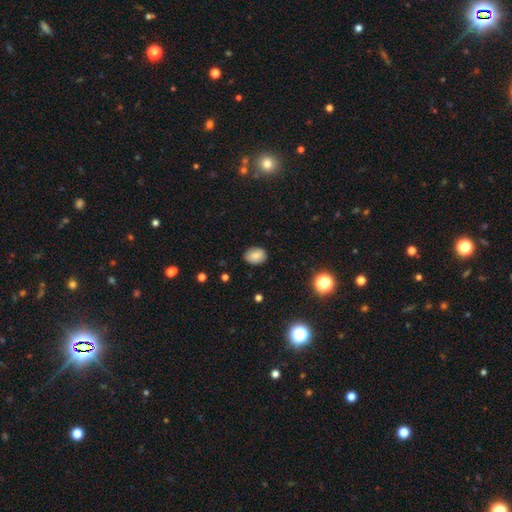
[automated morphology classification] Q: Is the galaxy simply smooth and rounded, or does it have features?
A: smooth — 82%.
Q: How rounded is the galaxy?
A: in between — 68%.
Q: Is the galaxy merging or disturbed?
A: none — 83%.